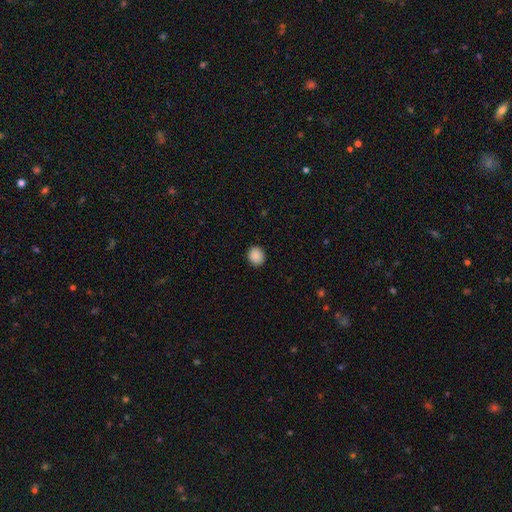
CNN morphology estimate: This appears to be a smooth galaxy with no disk features (89%) that is round (77%). Merging: none (91%).